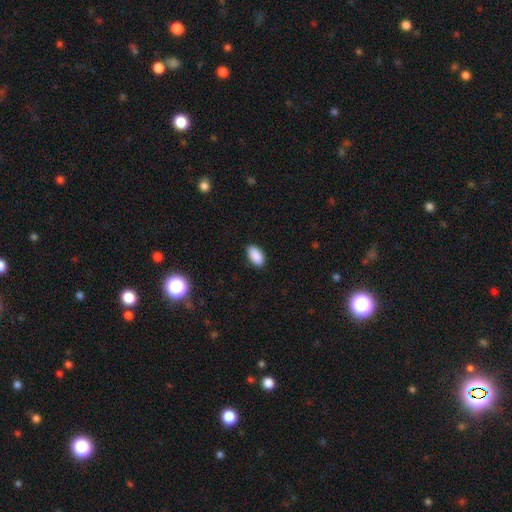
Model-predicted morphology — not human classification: Q: Smooth or featured?
A: smooth (90%); runner-up: star or artifact (7%)
Q: How rounded?
A: in between (95%); runner-up: round (3%)
Q: Merging?
A: none (89%); runner-up: minor disturbance (8%)